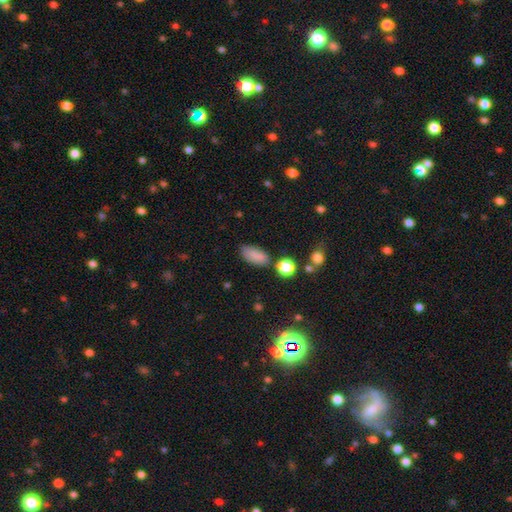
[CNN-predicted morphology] smooth-or-featured: smooth: 84% | star or artifact: 10% | featured or disk: 7%
  how-rounded: in between: 88% | cigar-shaped: 7% | round: 4%
  merging: none: 70% | minor disturbance: 19% | merger: 6% | major disturbance: 5%